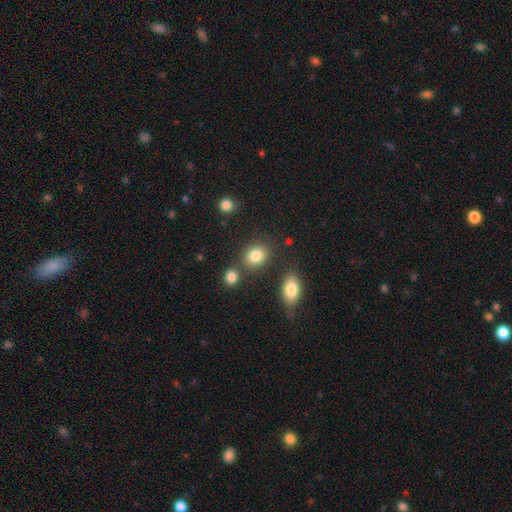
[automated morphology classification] Smooth or featured: smooth — 83% (star or artifact — 10%)
How rounded: round — 53% (in between — 45%)
Merging: none — 72% (merger — 13%)